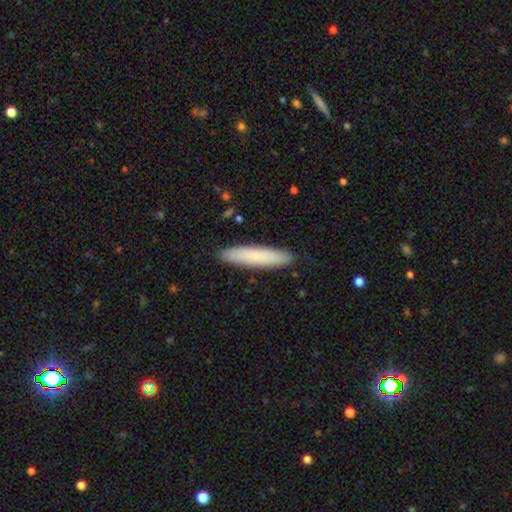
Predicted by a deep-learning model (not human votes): Q: Smooth or featured?
A: smooth (80%); runner-up: featured or disk (14%)
Q: How rounded?
A: cigar-shaped (87%); runner-up: in between (12%)
Q: Merging?
A: none (90%); runner-up: minor disturbance (7%)